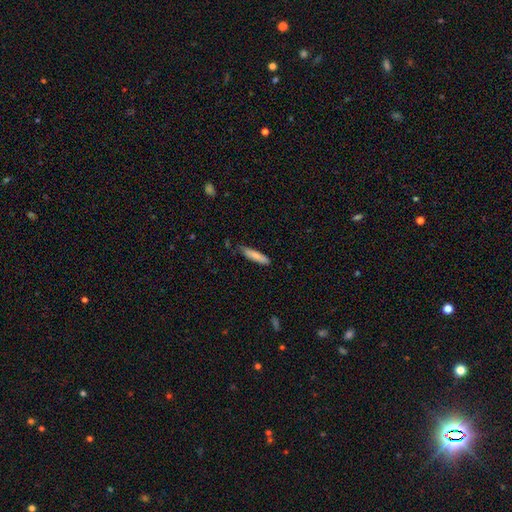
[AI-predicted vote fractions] Overall: smooth (80%). How rounded: cigar-shaped (82%). Merging: none (76%).